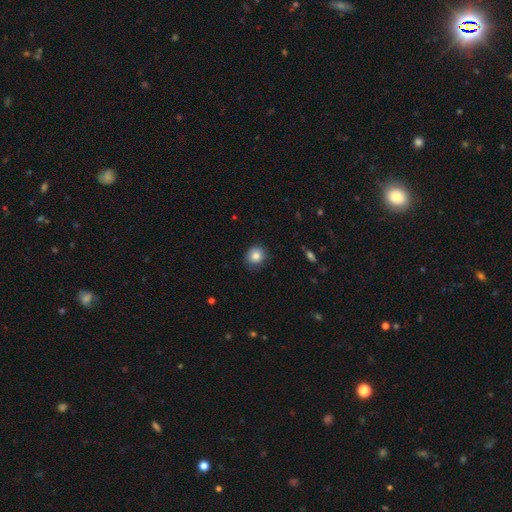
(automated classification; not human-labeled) The model was most divided on "how rounded": round: 83%, in between: 16%, cigar-shaped: 1%. More confident: smooth or featured — smooth (84%); merging — none (83%).